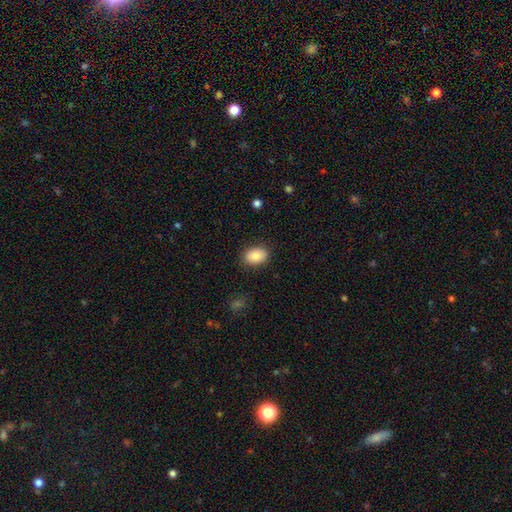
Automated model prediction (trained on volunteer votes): A smooth galaxy with no disk features (86%) that is in between round and cigar-shaped (82%). Merging: none (87%).